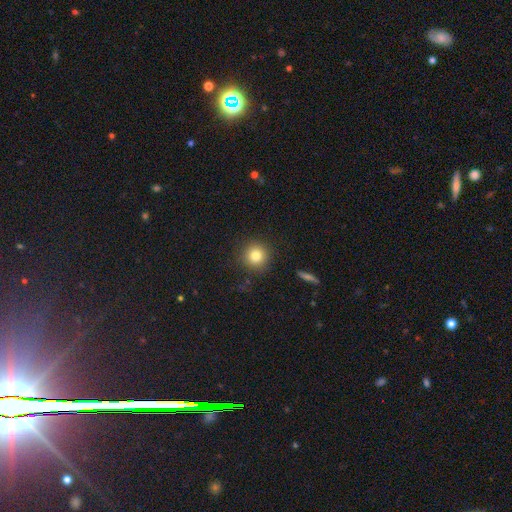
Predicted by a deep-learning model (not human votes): This appears to be a smooth galaxy with no disk features (81%) that is round (94%). Merging: none (90%).